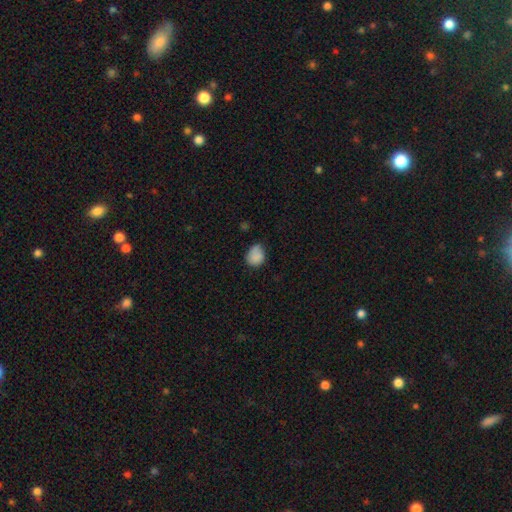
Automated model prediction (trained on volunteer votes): This appears to be a smooth galaxy with no disk features (83%) that is round (57%). Merging: none (52%).